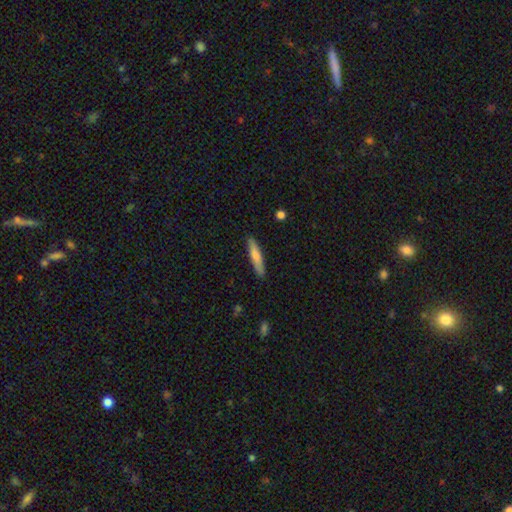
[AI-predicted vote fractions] Smooth or featured: smooth — 73% (featured or disk — 22%)
How rounded: cigar-shaped — 89% (in between — 10%)
Merging: none — 88% (minor disturbance — 9%)